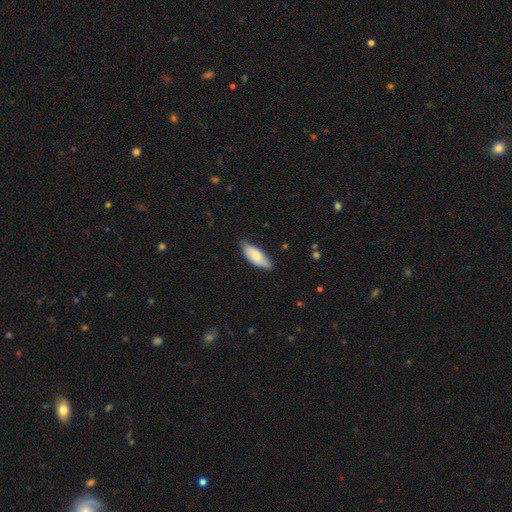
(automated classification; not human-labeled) The model was most divided on "merging": none: 72%, minor disturbance: 23%, major disturbance: 3%, merger: 1%. More confident: how rounded — in between (79%); smooth or featured — smooth (76%).